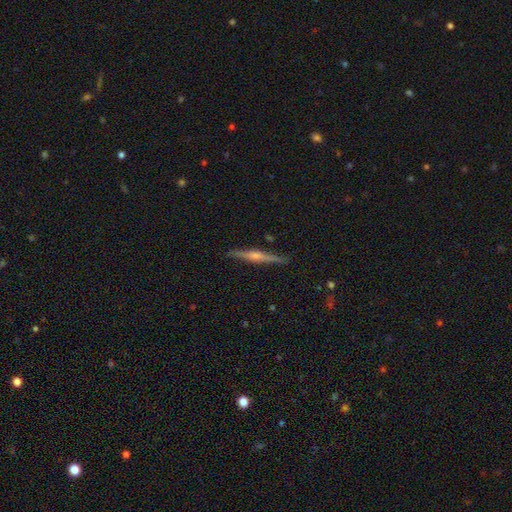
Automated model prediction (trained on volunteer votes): The model was most divided on "edge-on bulge": rounded: 76%, boxy: 14%, none: 10%. More confident: edge-on disk — yes (98%); merging — none (91%); smooth or featured — featured or disk (78%).